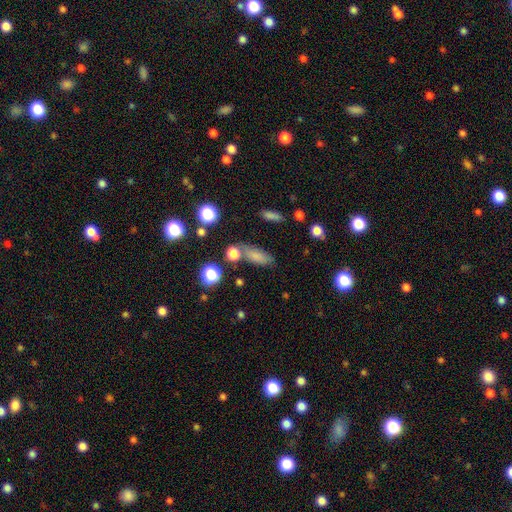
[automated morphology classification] smooth 76%, star or artifact 13%, featured or disk 11%. Down the decision tree: how rounded — in between (68%); merging — none (66%).